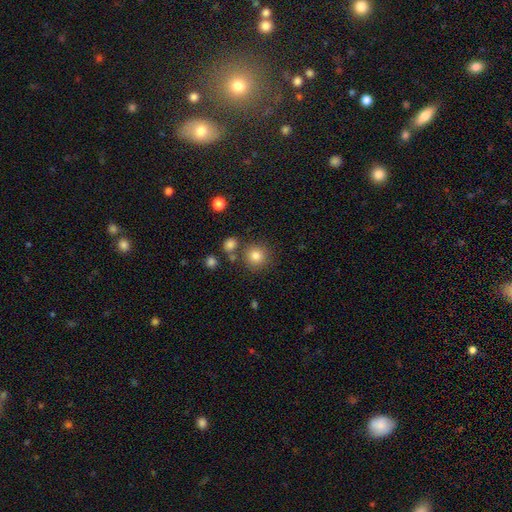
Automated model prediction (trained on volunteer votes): smooth-or-featured: smooth: 82% | star or artifact: 12% | featured or disk: 6%
  how-rounded: round: 93% | in between: 7% | cigar-shaped: 1%
  merging: none: 79% | merger: 9% | minor disturbance: 9% | major disturbance: 4%